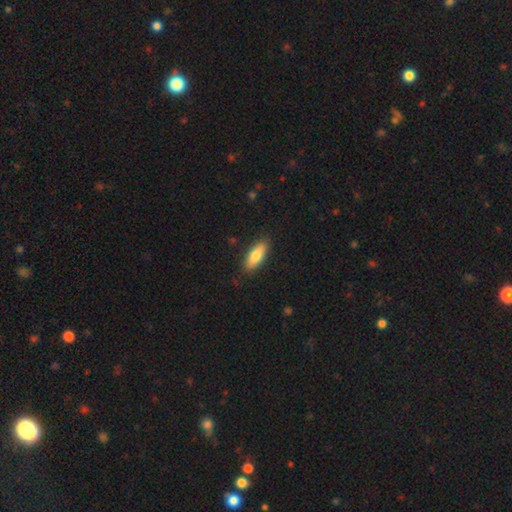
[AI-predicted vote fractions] Q: Smooth or featured?
A: smooth (77%); runner-up: featured or disk (17%)
Q: How rounded?
A: in between (71%); runner-up: cigar-shaped (27%)
Q: Merging?
A: none (86%); runner-up: minor disturbance (11%)